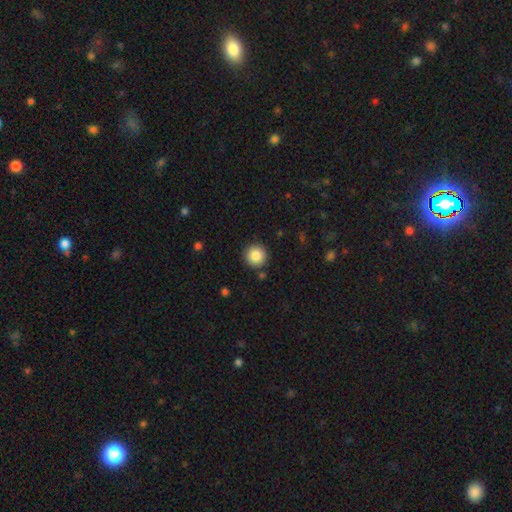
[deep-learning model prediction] A smooth galaxy with no disk features (86%) that is round (96%).

Vote fractions:
- Smooth or featured? smooth: 86% / star or artifact: 9% / featured or disk: 5%
- How rounded? round: 96% / in between: 3% / cigar-shaped: 1%
- Merging? none: 90% / minor disturbance: 6% / major disturbance: 2% / merger: 2%